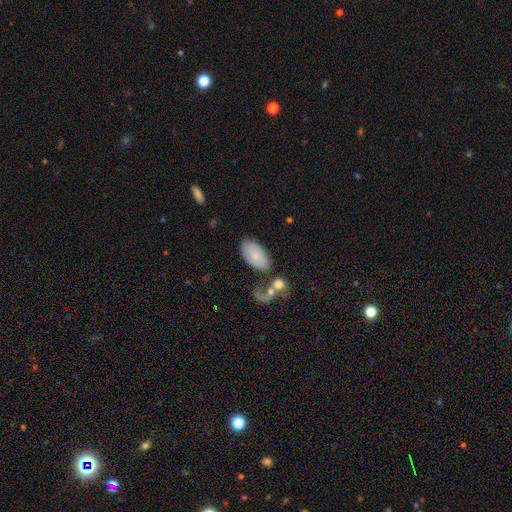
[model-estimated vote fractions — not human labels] Overall: smooth (63%; featured or disk 30%). How rounded: in between (94%). Merging: none (59%).